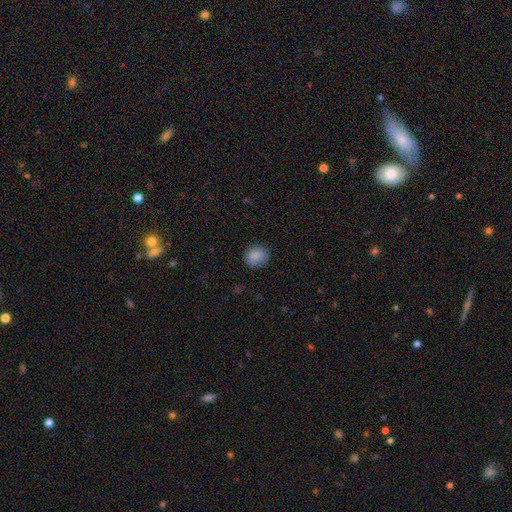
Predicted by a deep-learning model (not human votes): Morphology: type=smooth (87%); roundness=round (77%); merging=none (85%).